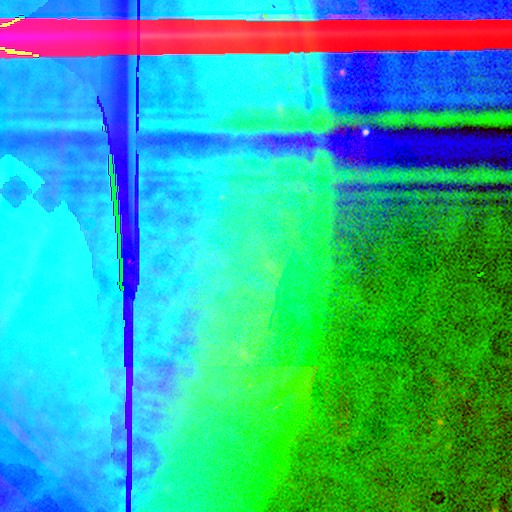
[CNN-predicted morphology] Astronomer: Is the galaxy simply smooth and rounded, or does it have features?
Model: star or artifact — 84%.